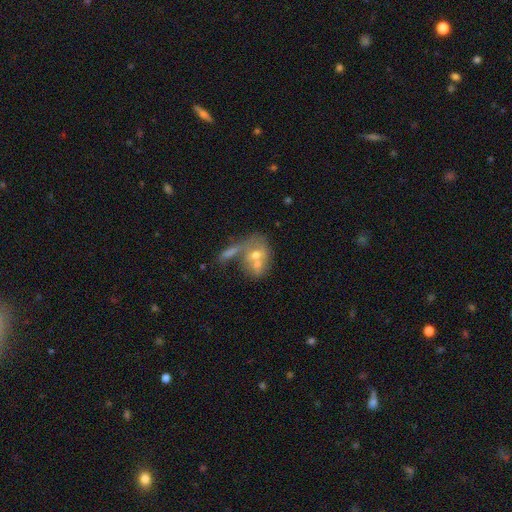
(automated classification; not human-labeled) A smooth galaxy with no disk features (52%) that is in between round and cigar-shaped (54%).

Vote fractions:
- Smooth or featured? smooth: 52% / featured or disk: 38% / star or artifact: 10%
- How rounded? in between: 54% / round: 43% / cigar-shaped: 3%
- Merging? merger: 58% / none: 23% / minor disturbance: 10% / major disturbance: 9%